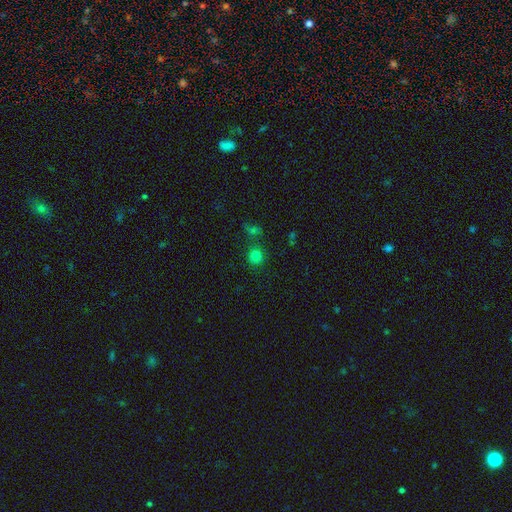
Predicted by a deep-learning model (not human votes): Q: Smooth or featured?
A: smooth (79%); runner-up: star or artifact (15%)
Q: How rounded?
A: round (89%); runner-up: in between (10%)
Q: Merging?
A: none (78%); runner-up: merger (10%)